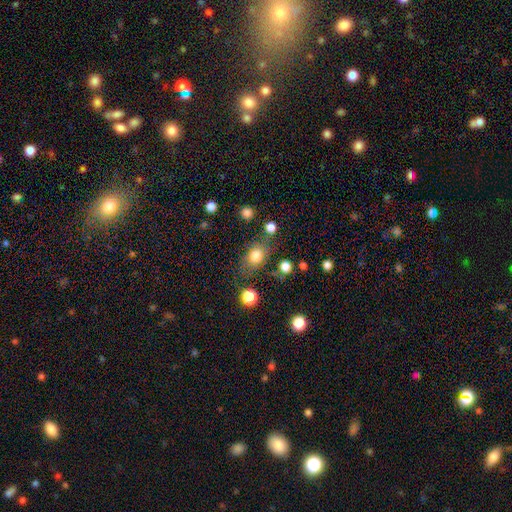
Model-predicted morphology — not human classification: A smooth galaxy with no disk features (79%) that is in between round and cigar-shaped (62%). Merging: none (71%).